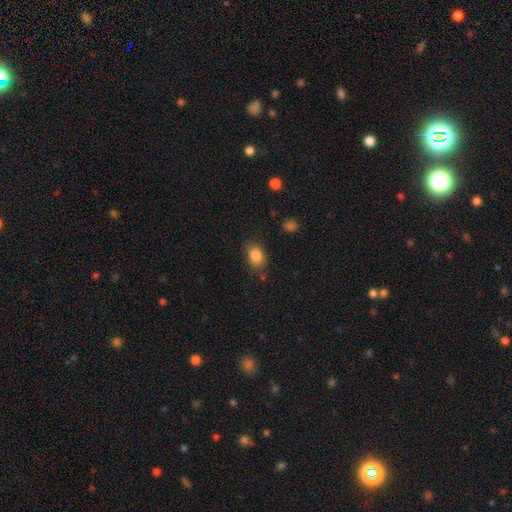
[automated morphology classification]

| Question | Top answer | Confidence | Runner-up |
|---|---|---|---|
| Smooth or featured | smooth | 85% | star or artifact (10%) |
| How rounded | in between | 57% | round (42%) |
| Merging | none | 77% | minor disturbance (15%) |